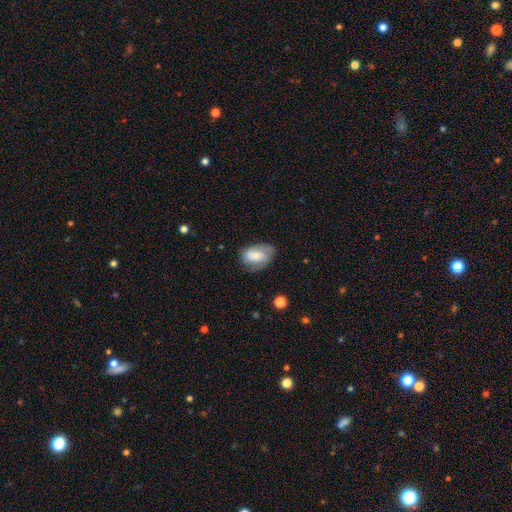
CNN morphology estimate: The model was most divided on "smooth or featured": smooth: 47%, featured or disk: 46%, star or artifact: 7%. More confident: merging — none (64%).